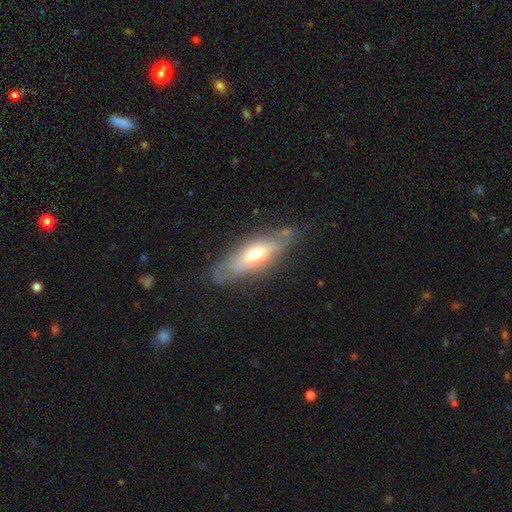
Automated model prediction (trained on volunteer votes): Smooth or featured? featured or disk (50%)
Edge-on disk? yes (53%)
Merging? none (70%)